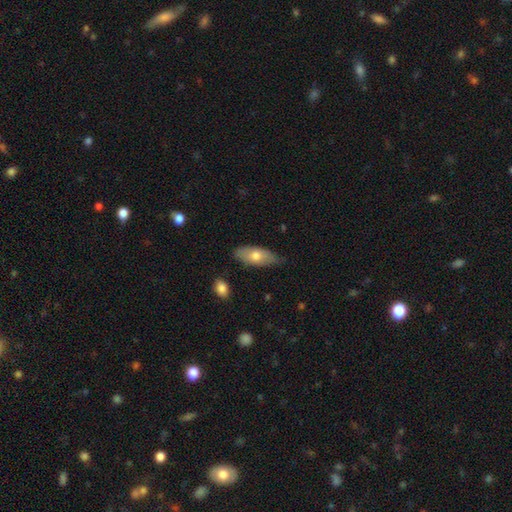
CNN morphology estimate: smooth-or-featured: smooth: 69% | featured or disk: 25% | star or artifact: 6%
  how-rounded: in between: 82% | cigar-shaped: 15% | round: 3%
  merging: none: 74% | minor disturbance: 21% | major disturbance: 3% | merger: 2%